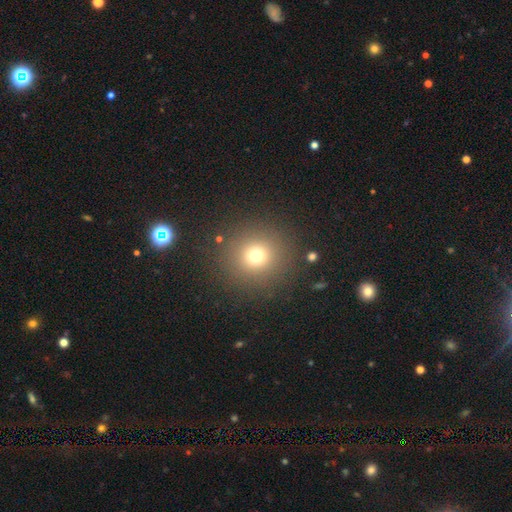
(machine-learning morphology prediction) Smooth or featured? Predicted: smooth (p=0.72). How rounded? Predicted: round (p=0.92). Merging? Predicted: none (p=0.87).